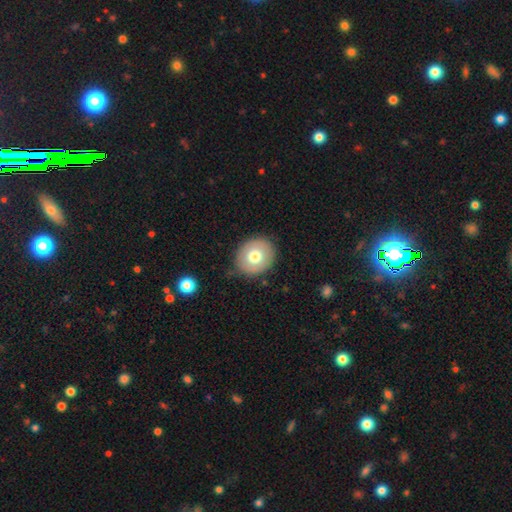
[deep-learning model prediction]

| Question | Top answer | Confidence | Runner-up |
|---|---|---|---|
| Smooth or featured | smooth | 66% | featured or disk (21%) |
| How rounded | round | 79% | in between (20%) |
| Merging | none | 87% | minor disturbance (9%) |